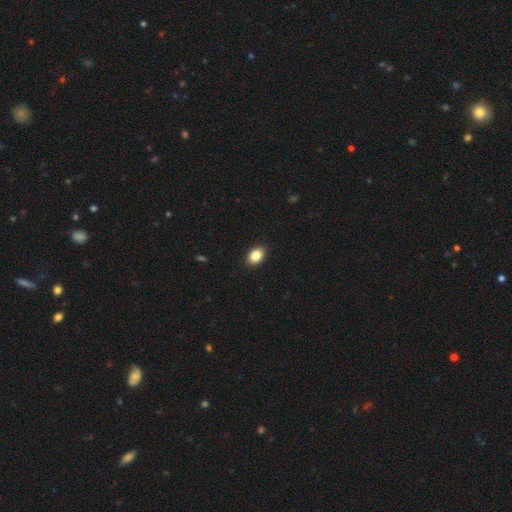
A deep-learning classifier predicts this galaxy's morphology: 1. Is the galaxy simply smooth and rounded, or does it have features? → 86% smooth, 9% star or artifact, 5% featured or disk.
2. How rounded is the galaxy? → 80% in between, 19% round, 1% cigar-shaped.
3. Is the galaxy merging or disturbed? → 90% none, 7% minor disturbance, 2% major disturbance, 1% merger.